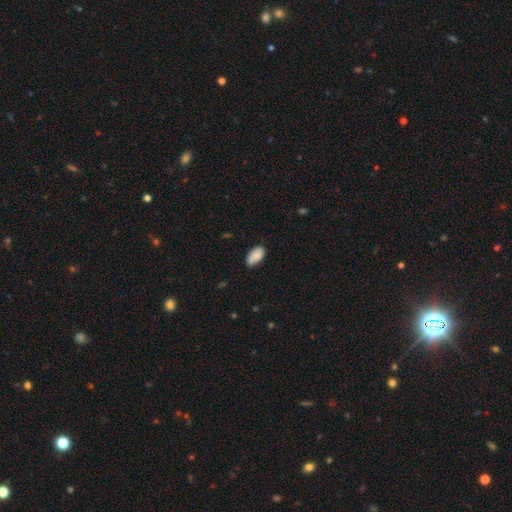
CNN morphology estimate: smooth-or-featured: smooth: 85% | featured or disk: 8% | star or artifact: 7%
  how-rounded: in between: 94% | cigar-shaped: 3% | round: 3%
  merging: none: 68% | minor disturbance: 26% | major disturbance: 4% | merger: 3%